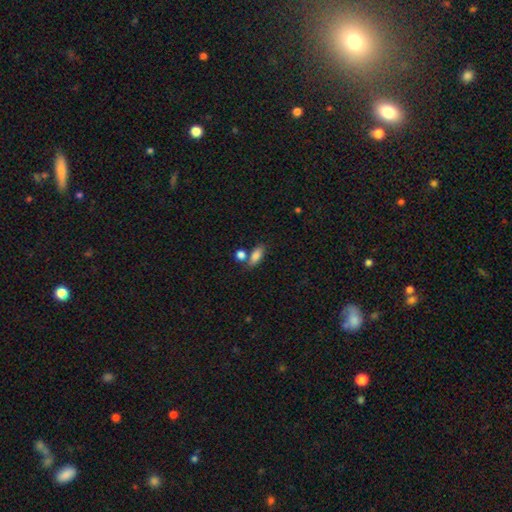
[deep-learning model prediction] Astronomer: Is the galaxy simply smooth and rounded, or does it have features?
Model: smooth — 82%.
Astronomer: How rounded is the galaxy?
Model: in between — 77%.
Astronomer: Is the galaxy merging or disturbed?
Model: none — 59%.